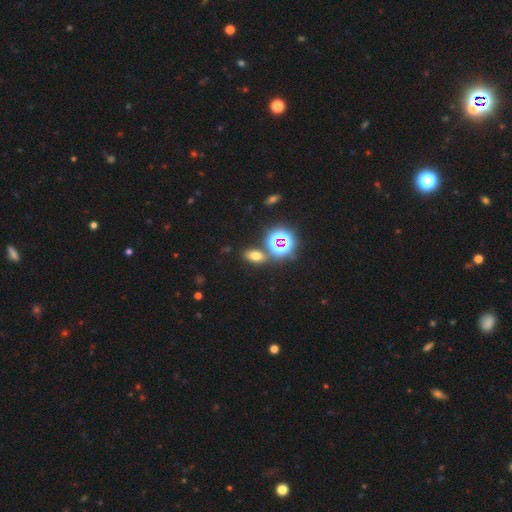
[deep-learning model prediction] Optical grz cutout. It shows a smooth galaxy with no disk features (58%) that is in between round and cigar-shaped (78%). Merging: none (79%).